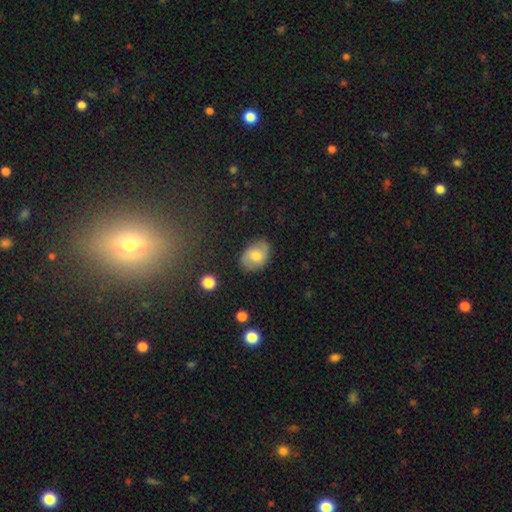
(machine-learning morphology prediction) Overall: smooth (67%). How rounded: in between (76%). Merging: none (79%).